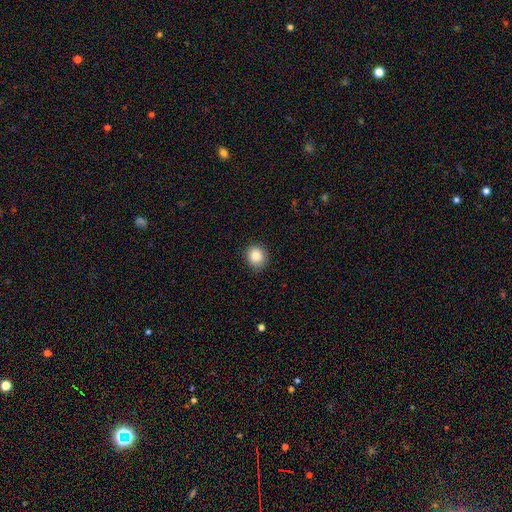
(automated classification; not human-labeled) The model was most divided on "how rounded": round: 78%, in between: 21%, cigar-shaped: 1%. More confident: merging — none (86%); smooth or featured — smooth (85%).